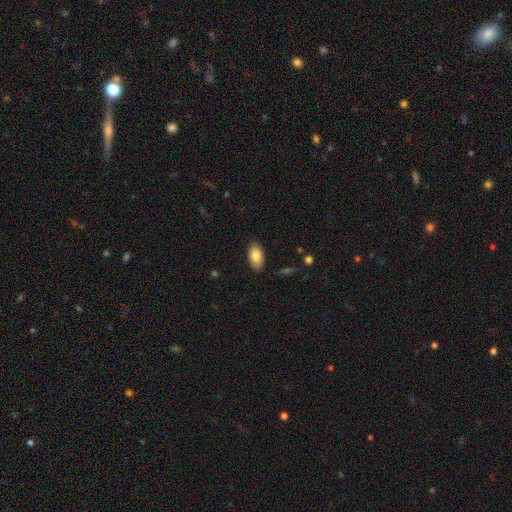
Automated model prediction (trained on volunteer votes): A smooth galaxy with no disk features (82%) that is in between round and cigar-shaped (93%). Merging: none (86%).